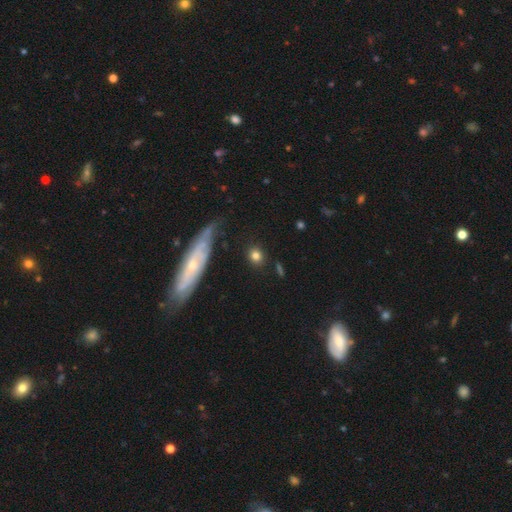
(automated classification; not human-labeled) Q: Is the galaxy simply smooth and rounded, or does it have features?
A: smooth — 78%.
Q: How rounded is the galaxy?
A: round — 76%.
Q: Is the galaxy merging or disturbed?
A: none — 84%.